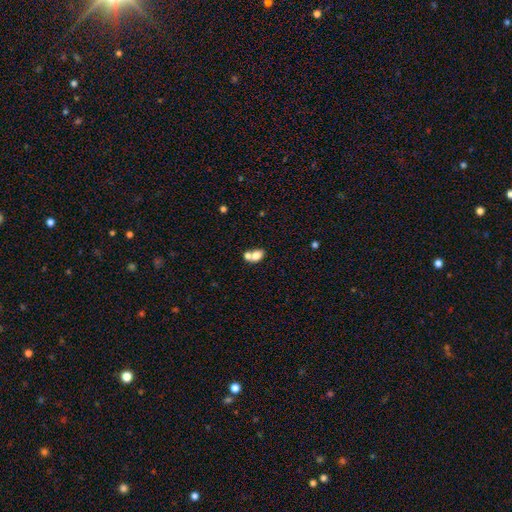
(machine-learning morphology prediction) This is likely a smooth galaxy (77%). How rounded: likely in between (75%). Merging: possibly merger (55%).